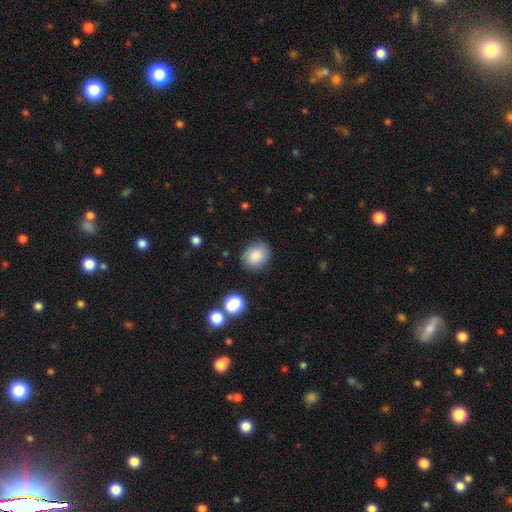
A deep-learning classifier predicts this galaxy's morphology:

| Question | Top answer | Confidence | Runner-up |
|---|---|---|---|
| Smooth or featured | smooth | 85% | star or artifact (9%) |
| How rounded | round | 59% | in between (40%) |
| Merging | none | 83% | minor disturbance (12%) |